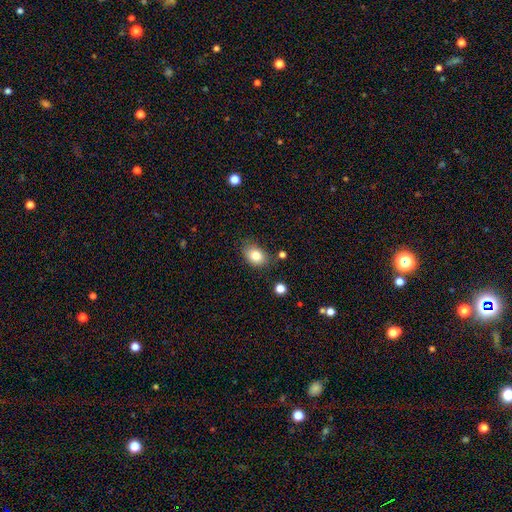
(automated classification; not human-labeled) smooth-or-featured: smooth: 83% | star or artifact: 9% | featured or disk: 8%
  how-rounded: in between: 72% | round: 27% | cigar-shaped: 1%
  merging: none: 74% | minor disturbance: 18% | major disturbance: 4% | merger: 4%